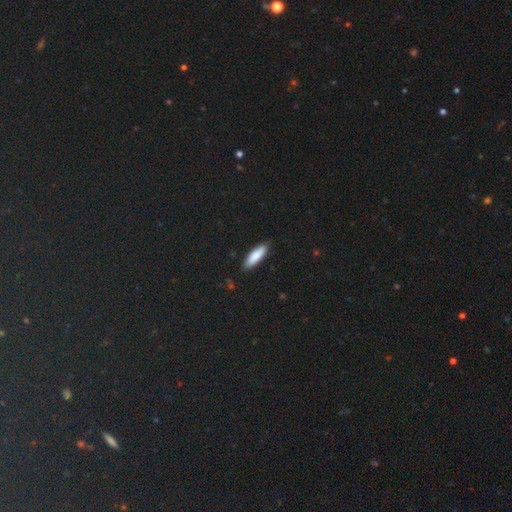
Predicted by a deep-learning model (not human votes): smooth 85%, featured or disk 9%, star or artifact 6%. Down the decision tree: how rounded — cigar-shaped (57%); merging — none (88%).